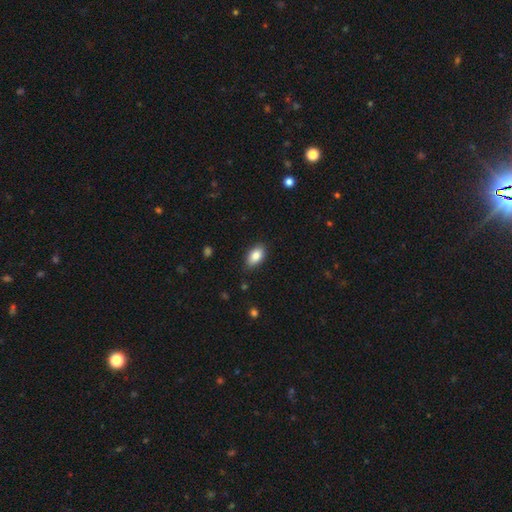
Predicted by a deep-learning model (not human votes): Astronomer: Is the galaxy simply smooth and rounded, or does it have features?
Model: smooth — 85%.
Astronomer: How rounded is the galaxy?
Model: in between — 92%.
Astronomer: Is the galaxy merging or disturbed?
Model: none — 85%.